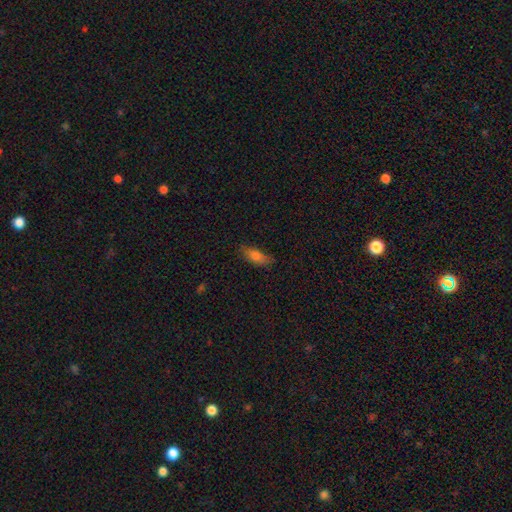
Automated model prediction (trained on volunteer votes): A smooth galaxy with no disk features (74%) that is in between round and cigar-shaped (70%). Merging: none (77%).